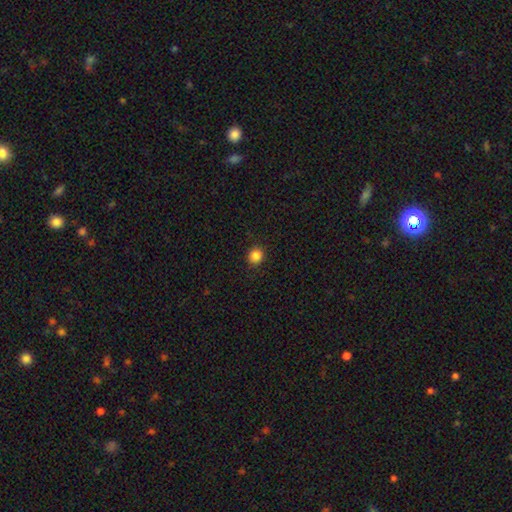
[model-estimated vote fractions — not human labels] A smooth galaxy with no disk features (85%) that is round (90%). Merging: none (91%).